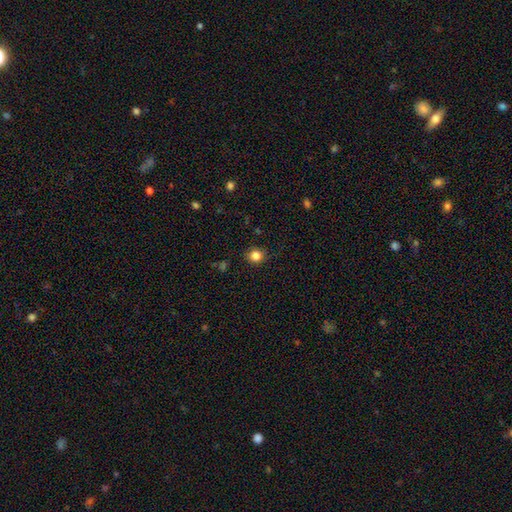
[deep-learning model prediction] A smooth galaxy with no disk features (84%) that is round (86%). Merging: none (88%).